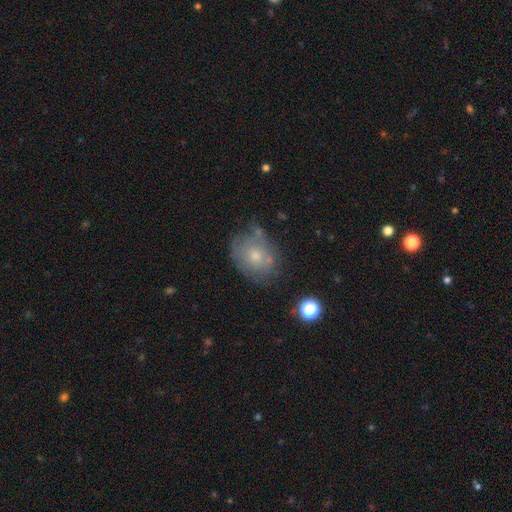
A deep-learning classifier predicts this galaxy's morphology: smooth-or-featured: smooth: 52% | featured or disk: 37% | star or artifact: 10%
  how-rounded: in between: 51% | round: 48% | cigar-shaped: 1%
  merging: none: 55% | minor disturbance: 27% | major disturbance: 11% | merger: 6%